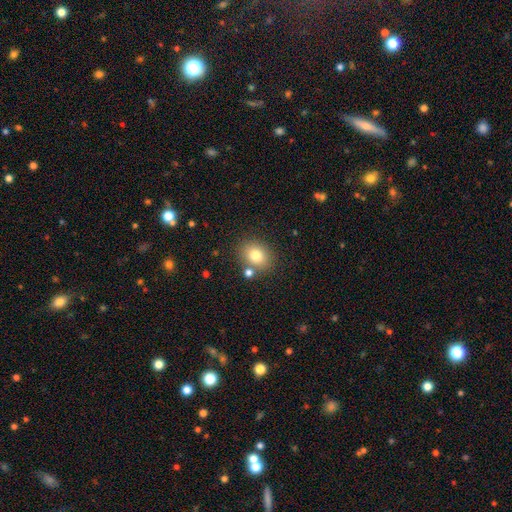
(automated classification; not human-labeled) This is likely a smooth galaxy (79%). How rounded: possibly round (53%). Merging: likely none (75%).